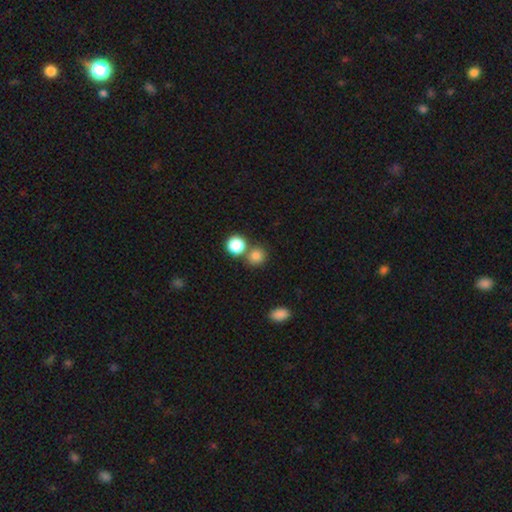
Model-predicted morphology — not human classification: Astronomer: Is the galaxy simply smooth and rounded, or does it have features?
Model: smooth — 83%.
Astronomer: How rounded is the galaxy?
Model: round — 86%.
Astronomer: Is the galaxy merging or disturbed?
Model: none — 64%.